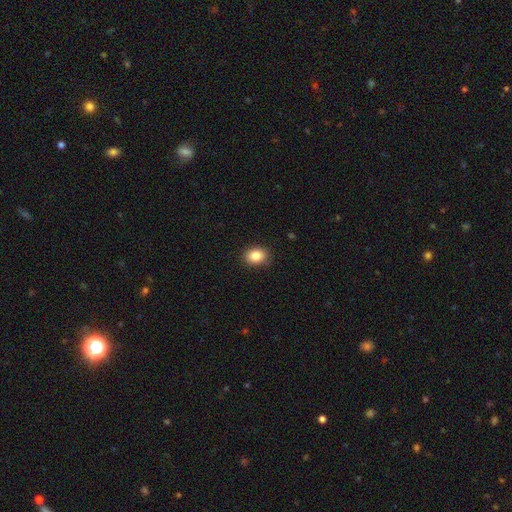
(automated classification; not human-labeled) This is clearly a smooth galaxy (85%). How rounded: likely in between (62%). Merging: clearly none (88%).